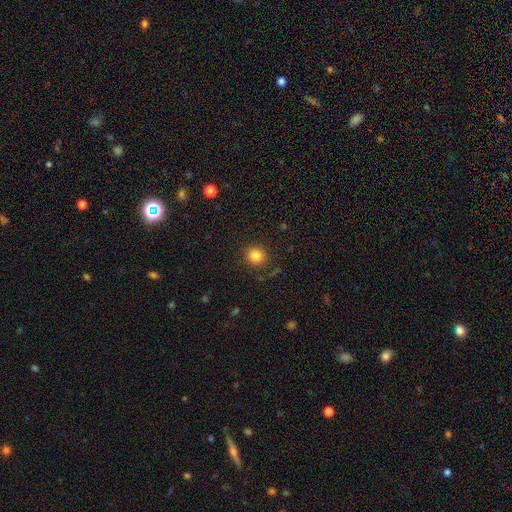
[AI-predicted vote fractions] smooth_or_featured: smooth (p=0.83) [alt: star or artifact p=0.12]
how_rounded: round (p=0.89) [alt: in between p=0.11]
merging: none (p=0.86) [alt: minor disturbance p=0.08]